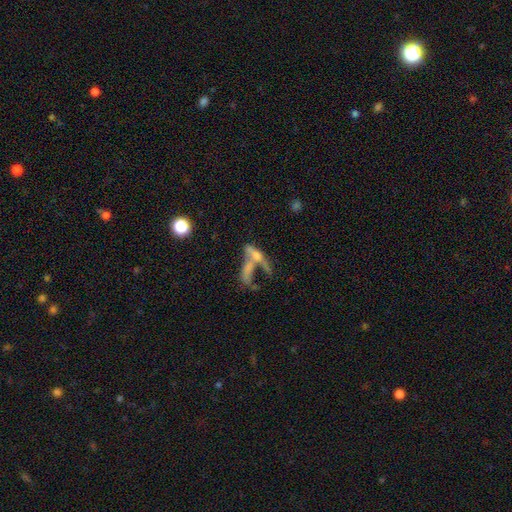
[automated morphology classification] Smooth or featured?
  - featured or disk: 45% *
  - smooth: 41%
  - star or artifact: 14%
Merging?
  - merger: 54% *
  - none: 22%
  - major disturbance: 16%
  - minor disturbance: 9%